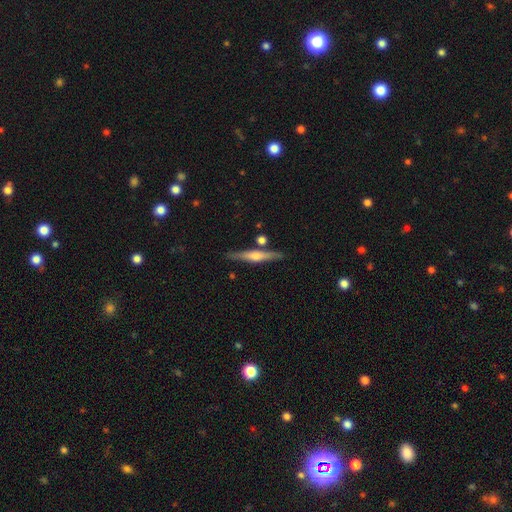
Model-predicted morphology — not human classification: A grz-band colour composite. It shows a featured or disk galaxy (66%) viewed edge-on (97%) with a rounded central bulge (78%). Merging: none (84%).